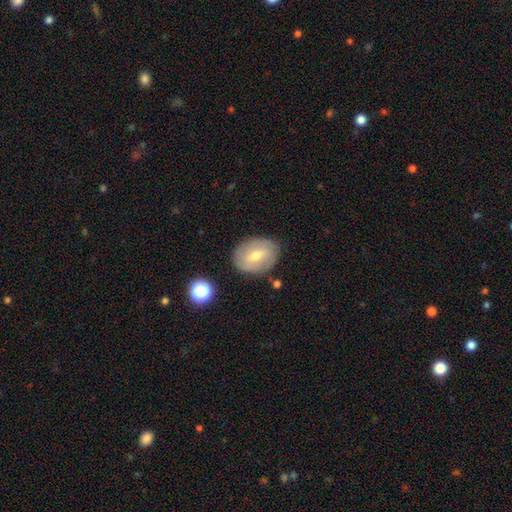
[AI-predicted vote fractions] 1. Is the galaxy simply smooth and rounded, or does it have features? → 47% featured or disk, 45% smooth, 9% star or artifact.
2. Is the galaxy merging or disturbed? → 81% none, 13% minor disturbance, 4% major disturbance, 2% merger.